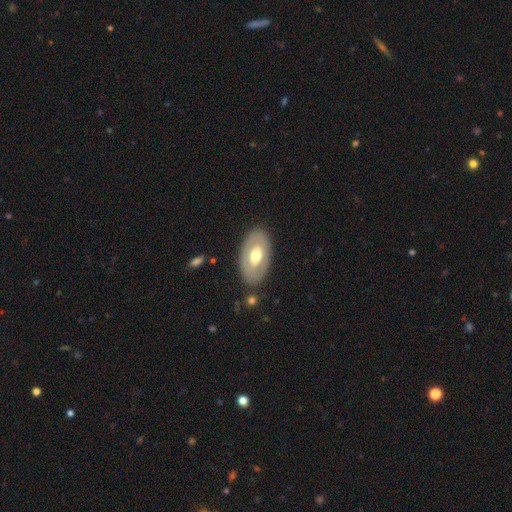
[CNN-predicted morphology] Smooth or featured?
  - featured or disk: 48% *
  - smooth: 47%
  - star or artifact: 5%
Merging?
  - none: 83% *
  - minor disturbance: 11%
  - major disturbance: 4%
  - merger: 2%